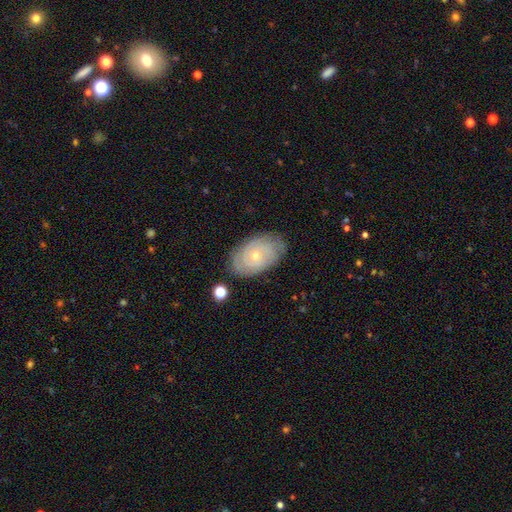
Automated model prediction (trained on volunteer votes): Smooth or featured? Predicted: featured or disk (p=0.76). Edge-on disk? Predicted: no (p=0.96). Bar? Predicted: no (p=0.81). Spiral arms? Predicted: yes (p=0.91). Spiral winding? Predicted: tight (p=0.77). Spiral arm count? Predicted: can't tell (p=0.42). Bulge size? Predicted: small (p=0.73). Merging? Predicted: none (p=0.79).